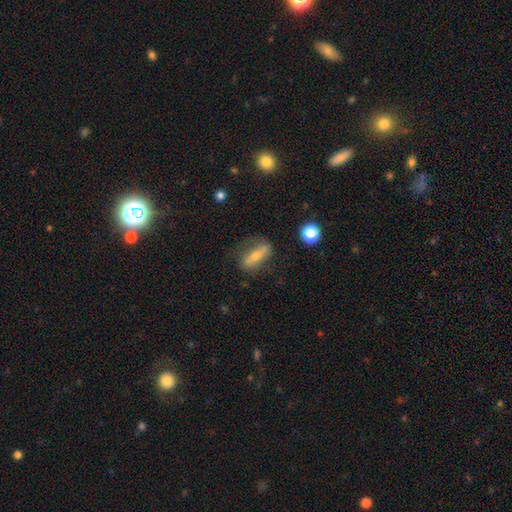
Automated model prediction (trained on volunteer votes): A featured or disk galaxy (50%).

Vote fractions:
- Smooth or featured? featured or disk: 50% / smooth: 40% / star or artifact: 10%
- Merging? none: 68% / minor disturbance: 19% / major disturbance: 11% / merger: 3%